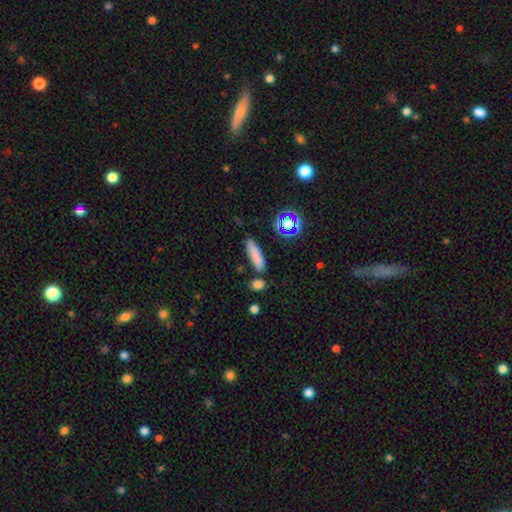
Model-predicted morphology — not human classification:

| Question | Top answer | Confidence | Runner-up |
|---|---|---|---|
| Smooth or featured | smooth | 79% | star or artifact (12%) |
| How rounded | cigar-shaped | 69% | in between (27%) |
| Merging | none | 79% | minor disturbance (11%) |